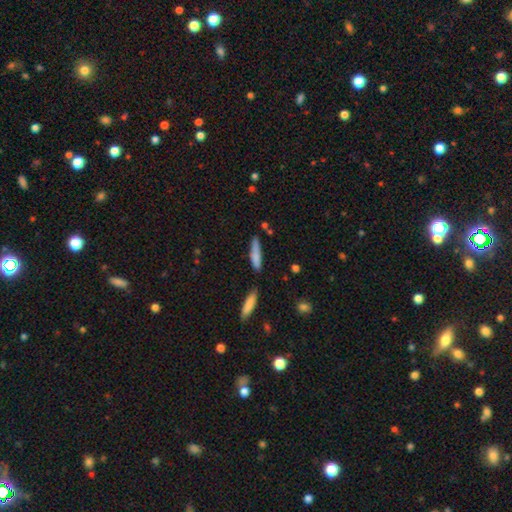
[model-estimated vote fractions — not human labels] This is likely a smooth galaxy (80%). How rounded: clearly cigar-shaped (82%). Merging: likely none (72%).